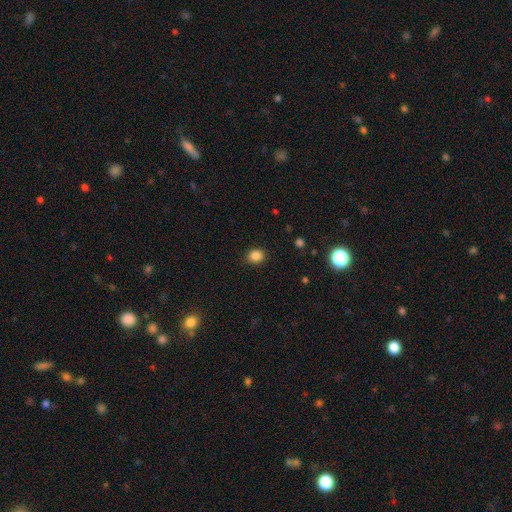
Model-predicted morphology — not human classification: This appears to be a smooth galaxy with no disk features (86%) that is round (66%). Merging: none (88%).